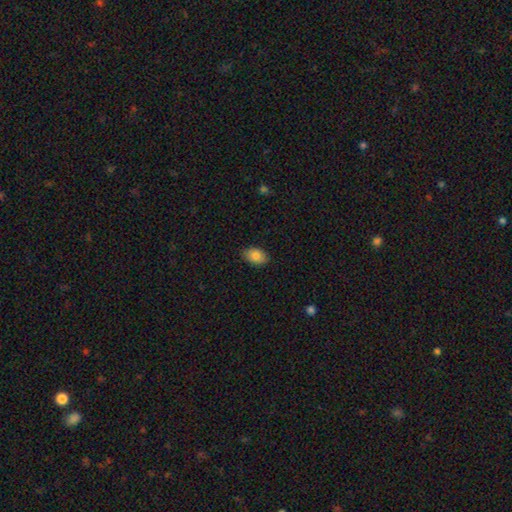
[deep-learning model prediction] Overall: smooth (84%). How rounded: in between (86%). Merging: none (86%).